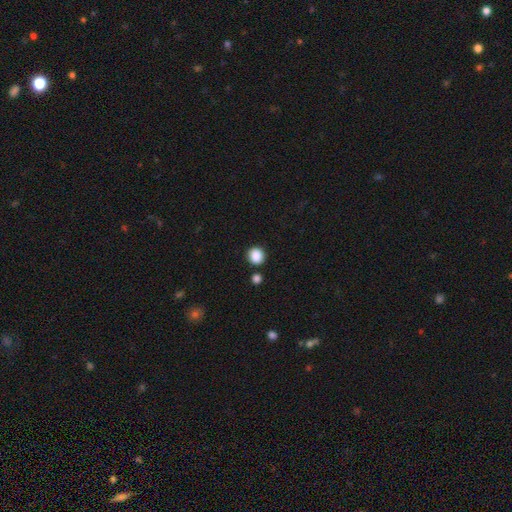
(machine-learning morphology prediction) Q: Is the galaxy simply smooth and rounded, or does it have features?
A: smooth — 88%.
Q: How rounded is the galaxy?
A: round — 84%.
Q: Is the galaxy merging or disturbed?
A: none — 83%.